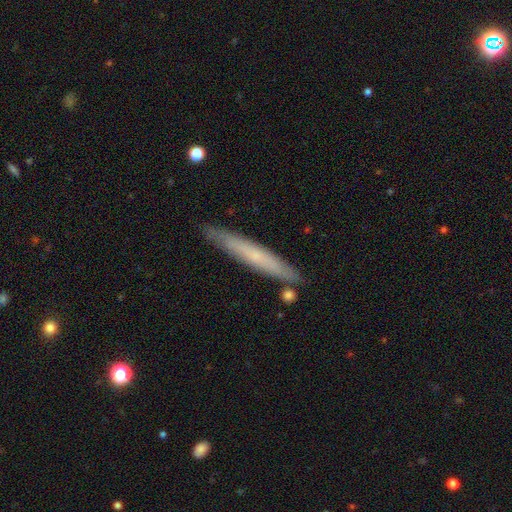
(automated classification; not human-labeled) smooth-or-featured: smooth: 50% | featured or disk: 44% | star or artifact: 6%
  merging: none: 84% | minor disturbance: 11% | merger: 3% | major disturbance: 2%